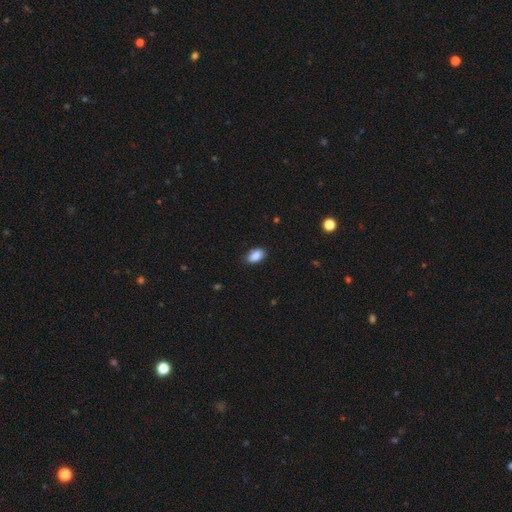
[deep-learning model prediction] This appears to be a smooth galaxy with no disk features (88%) that is in between round and cigar-shaped (91%). Merging: none (85%).